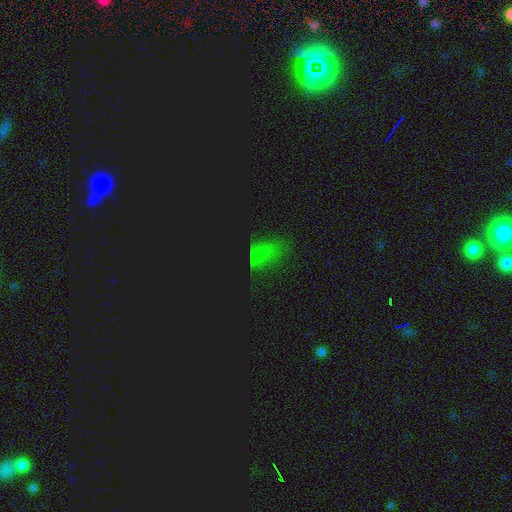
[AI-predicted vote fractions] Smooth or featured: star or artifact — 62% (smooth — 27%)